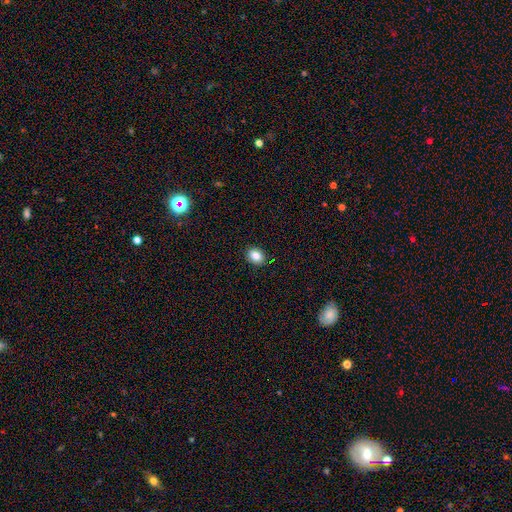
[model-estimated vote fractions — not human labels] smooth_or_featured: smooth (p=0.85) [alt: star or artifact p=0.09]
how_rounded: in between (p=0.55) [alt: round p=0.44]
merging: none (p=0.90) [alt: minor disturbance p=0.07]